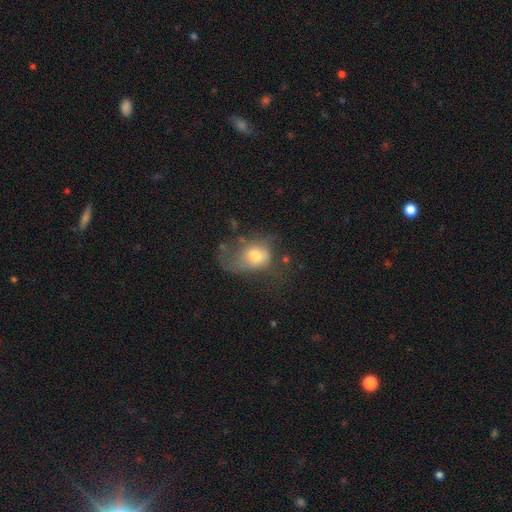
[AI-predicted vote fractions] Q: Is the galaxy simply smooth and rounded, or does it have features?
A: smooth — 54%.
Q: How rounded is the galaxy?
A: in between — 71%.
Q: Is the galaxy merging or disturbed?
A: major disturbance — 47%.